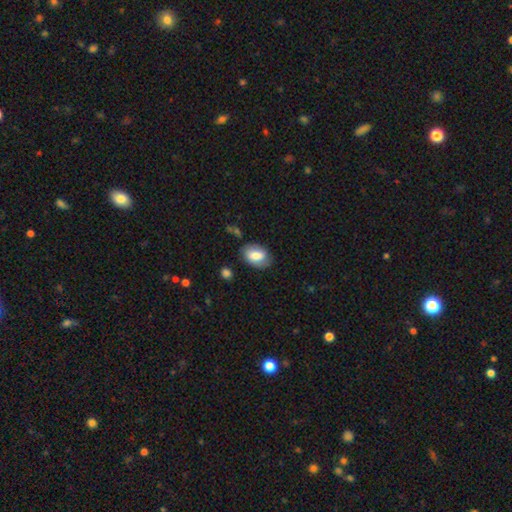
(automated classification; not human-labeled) The model was most divided on "smooth or featured": smooth: 74%, featured or disk: 20%, star or artifact: 7%. More confident: how rounded — in between (85%); merging — none (76%).